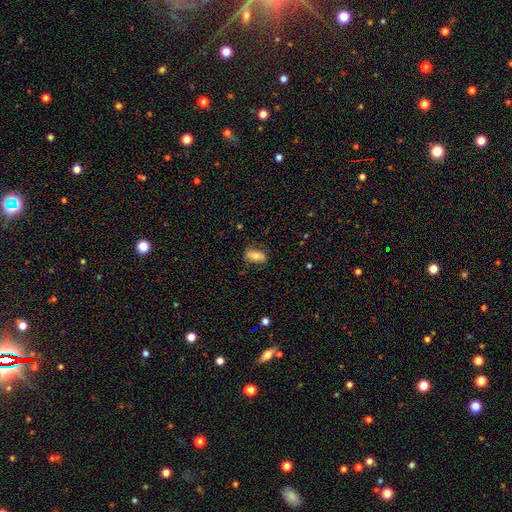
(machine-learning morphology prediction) A smooth galaxy with no disk features (67%) that is in between round and cigar-shaped (87%).

Vote fractions:
- Smooth or featured? smooth: 67% / featured or disk: 25% / star or artifact: 8%
- How rounded? in between: 87% / cigar-shaped: 8% / round: 5%
- Merging? none: 73% / minor disturbance: 20% / major disturbance: 5% / merger: 2%